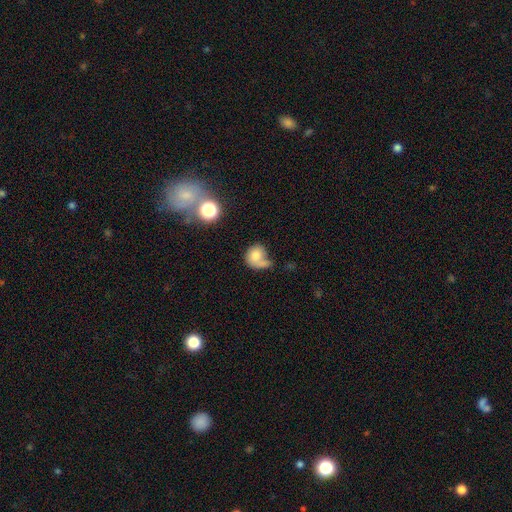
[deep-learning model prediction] This appears to be a smooth galaxy with no disk features (72%) that is round (69%). Merging: none (32%).